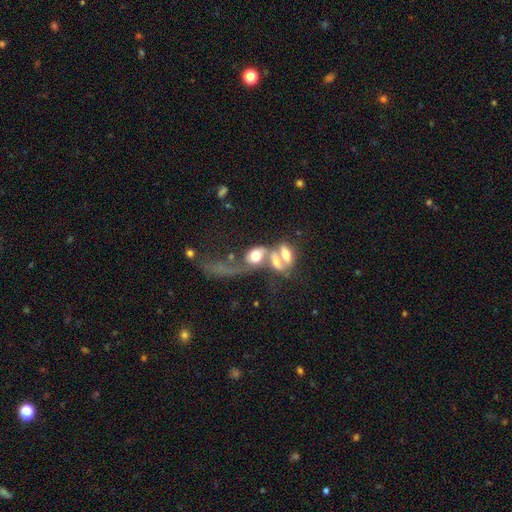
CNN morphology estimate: Q: Smooth or featured?
A: smooth (50%); runner-up: featured or disk (38%)
Q: How rounded?
A: in between (71%); runner-up: round (21%)
Q: Merging?
A: merger (65%); runner-up: major disturbance (19%)